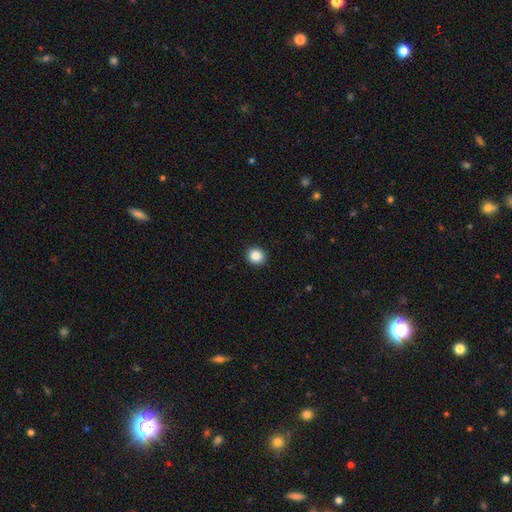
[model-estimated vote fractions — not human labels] A smooth galaxy with no disk features (87%) that is round (92%). Merging: none (93%).